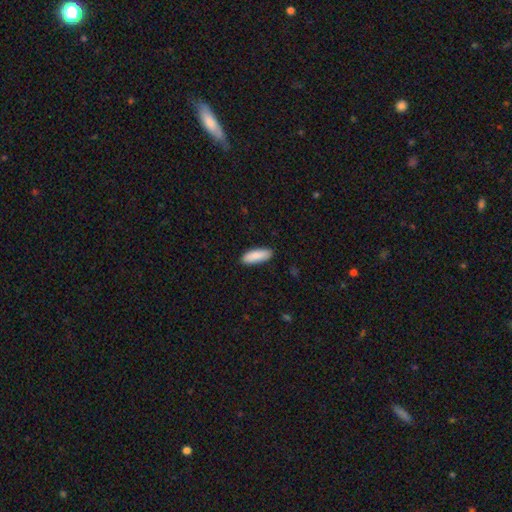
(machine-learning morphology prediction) Smooth or featured: smooth — 90% (star or artifact — 5%)
How rounded: in between — 66% (cigar-shaped — 33%)
Merging: none — 89% (minor disturbance — 8%)